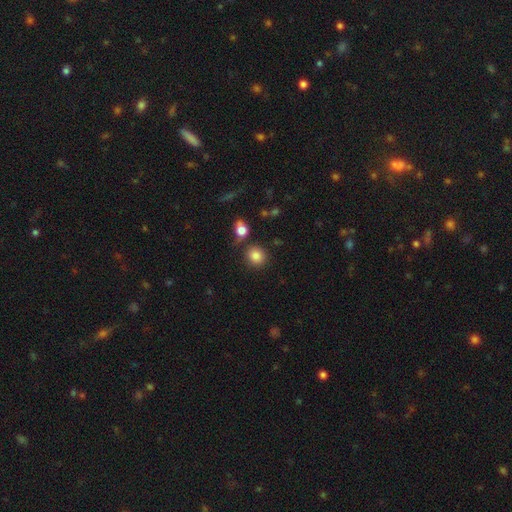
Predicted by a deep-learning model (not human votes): smooth_or_featured: smooth (p=0.84) [alt: star or artifact p=0.10]
how_rounded: round (p=0.84) [alt: in between p=0.15]
merging: none (p=0.80) [alt: minor disturbance p=0.09]